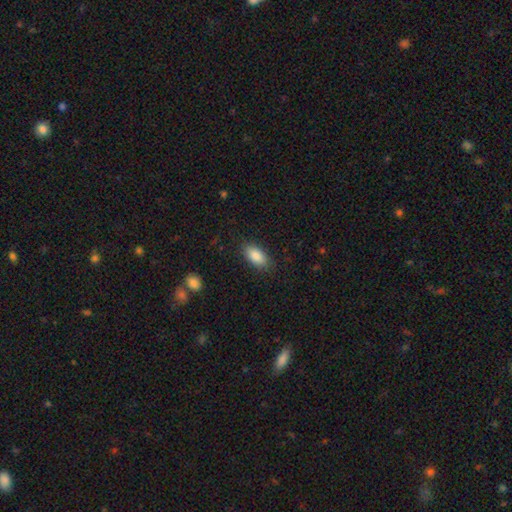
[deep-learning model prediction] Smooth or featured?
  - smooth: 87% *
  - star or artifact: 7%
  - featured or disk: 6%
How rounded?
  - in between: 91% *
  - cigar-shaped: 6%
  - round: 3%
Merging?
  - none: 86% *
  - minor disturbance: 10%
  - major disturbance: 3%
  - merger: 1%